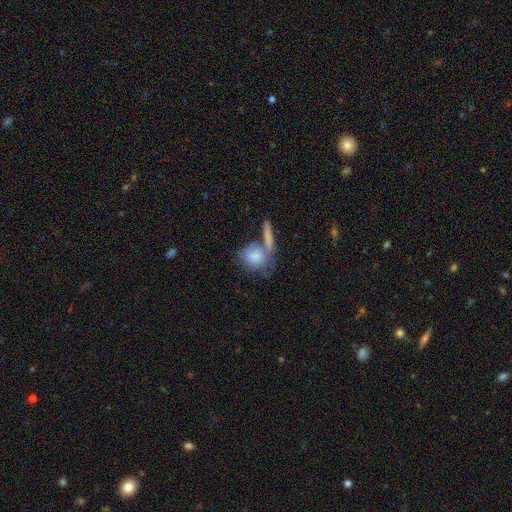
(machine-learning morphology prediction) Smooth or featured? smooth (64%)
How rounded? round (54%)
Merging? merger (40%)